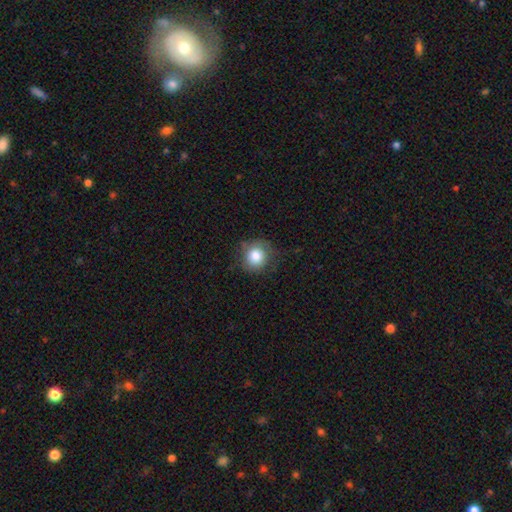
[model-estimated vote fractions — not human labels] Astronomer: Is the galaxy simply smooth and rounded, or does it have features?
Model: smooth — 80%.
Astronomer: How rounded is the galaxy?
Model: round — 88%.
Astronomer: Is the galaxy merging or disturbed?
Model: none — 71%.